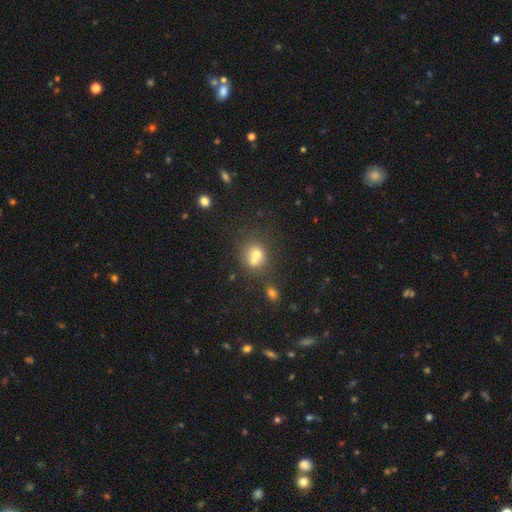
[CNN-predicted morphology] smooth-or-featured: smooth: 67% | featured or disk: 19% | star or artifact: 14%
  how-rounded: round: 72% | in between: 27% | cigar-shaped: 1%
  merging: merger: 54% | none: 33% | minor disturbance: 9% | major disturbance: 4%